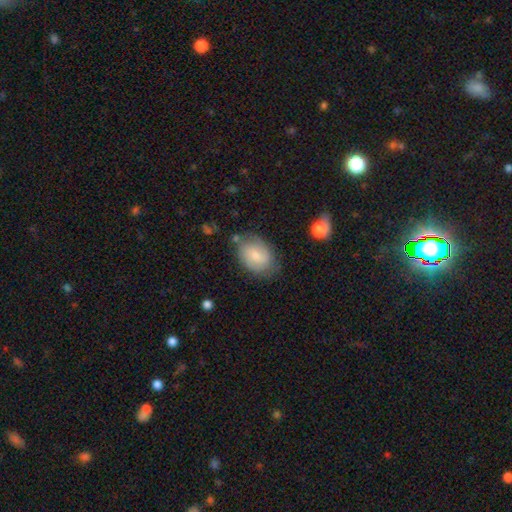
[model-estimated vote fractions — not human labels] Smooth or featured? Predicted: smooth (p=0.64). How rounded? Predicted: in between (p=0.74). Merging? Predicted: none (p=0.69).